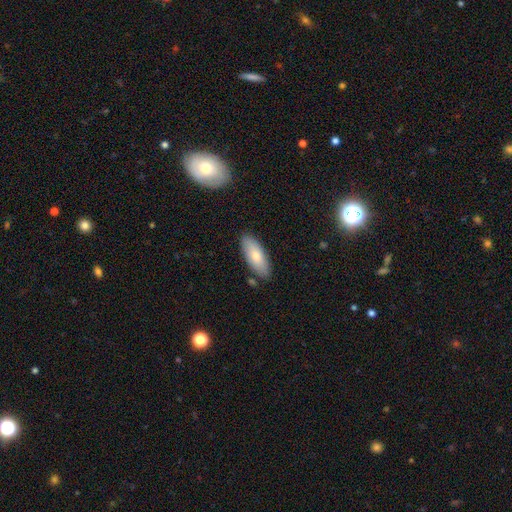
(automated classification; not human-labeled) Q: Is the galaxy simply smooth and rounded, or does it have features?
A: smooth — 76%.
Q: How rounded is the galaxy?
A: in between — 80%.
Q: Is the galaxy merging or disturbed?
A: none — 84%.